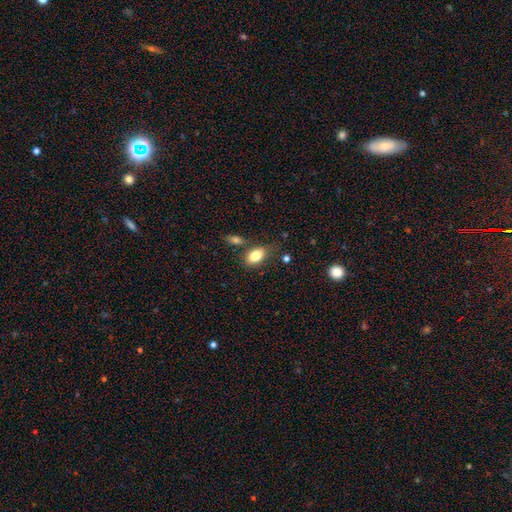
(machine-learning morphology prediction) smooth-or-featured: smooth: 83% | featured or disk: 10% | star or artifact: 7%
  how-rounded: in between: 91% | round: 7% | cigar-shaped: 2%
  merging: none: 66% | minor disturbance: 17% | merger: 12% | major disturbance: 5%